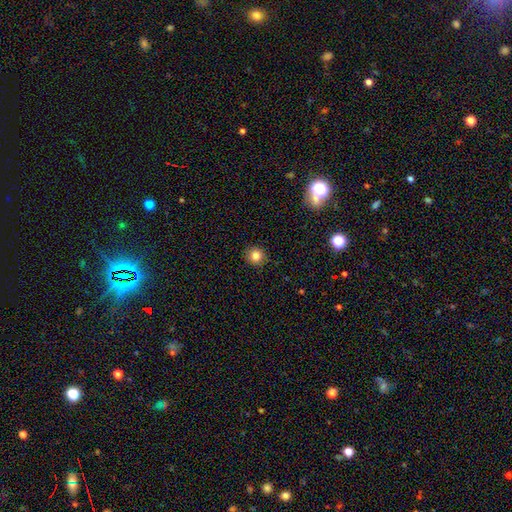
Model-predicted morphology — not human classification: Overall: smooth (82%). How rounded: round (92%). Merging: none (91%).